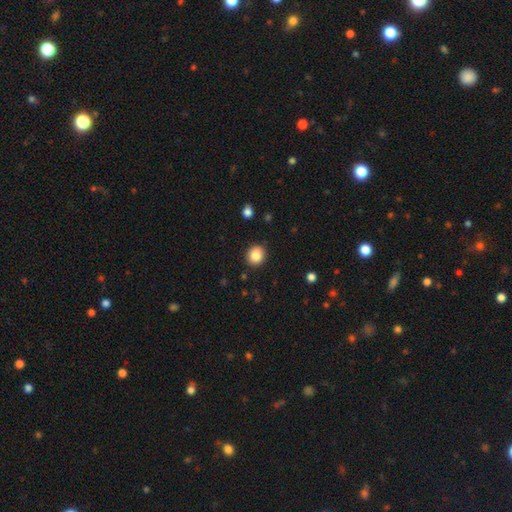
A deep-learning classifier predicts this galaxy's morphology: A smooth galaxy with no disk features (85%) that is round (83%).

Vote fractions:
- Smooth or featured? smooth: 85% / star or artifact: 9% / featured or disk: 5%
- How rounded? round: 83% / in between: 16% / cigar-shaped: 1%
- Merging? none: 90% / minor disturbance: 7% / major disturbance: 2% / merger: 1%